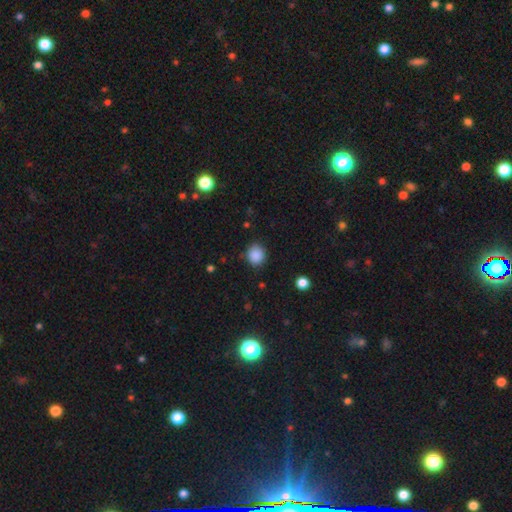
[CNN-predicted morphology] smooth-or-featured: smooth: 87% | star or artifact: 10% | featured or disk: 3%
  how-rounded: round: 84% | in between: 16% | cigar-shaped: 1%
  merging: none: 84% | minor disturbance: 11% | major disturbance: 3% | merger: 1%